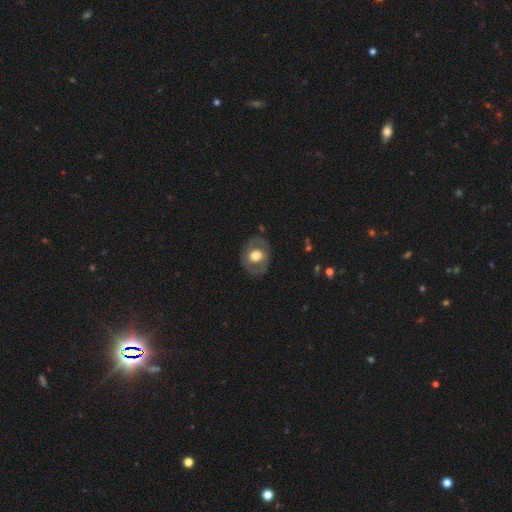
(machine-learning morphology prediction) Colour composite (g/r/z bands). It shows a smooth galaxy with no disk features (54%) that is round (59%). Merging: none (78%).